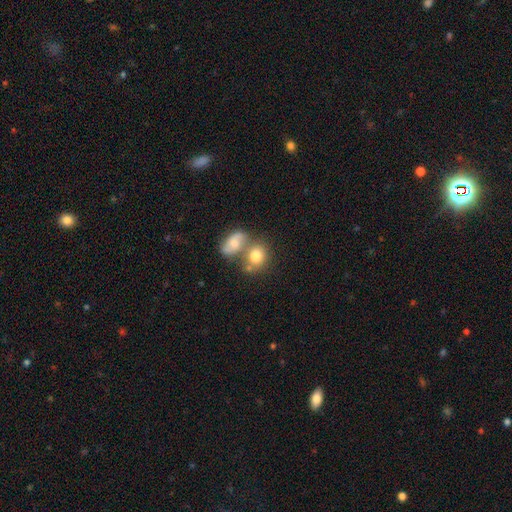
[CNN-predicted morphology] Q: Smooth or featured?
A: smooth (75%); runner-up: featured or disk (17%)
Q: How rounded?
A: round (56%); runner-up: in between (42%)
Q: Merging?
A: merger (44%); runner-up: none (41%)